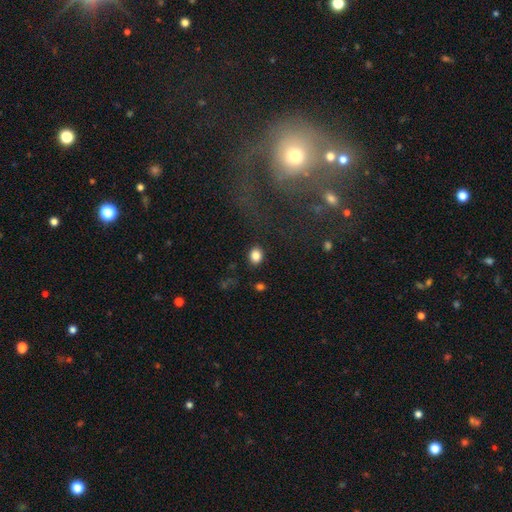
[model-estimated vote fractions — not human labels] The model was most divided on "how rounded": round: 55%, in between: 44%, cigar-shaped: 1%. More confident: merging — none (87%); smooth or featured — smooth (84%).